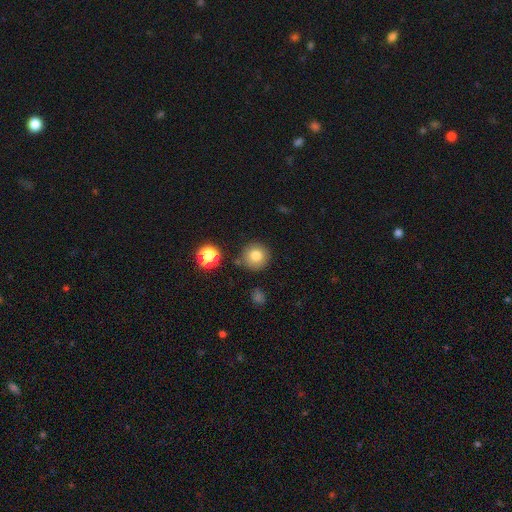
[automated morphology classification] type=smooth (80%); roundness=round (94%); merging=none (84%).